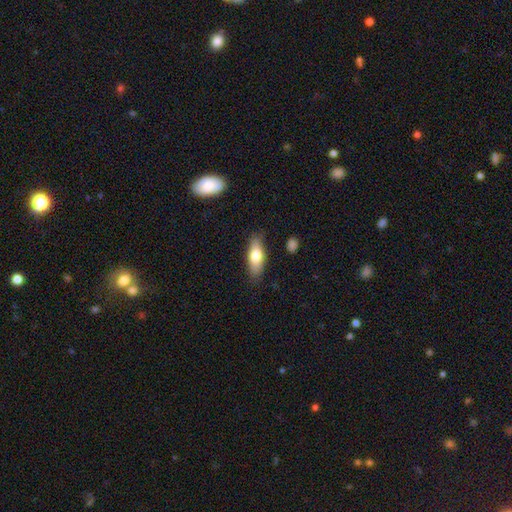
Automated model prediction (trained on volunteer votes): Overall: smooth (72%). How rounded: in between (67%; cigar-shaped 30%). Merging: none (83%).